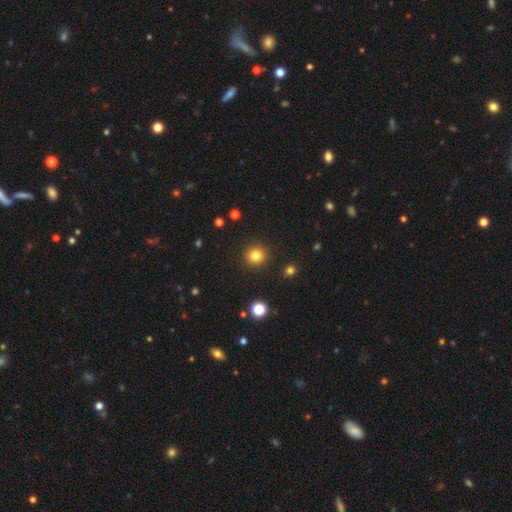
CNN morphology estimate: Smooth or featured?
  - smooth: 82% *
  - star or artifact: 12%
  - featured or disk: 6%
How rounded?
  - round: 93% *
  - in between: 6%
  - cigar-shaped: 1%
Merging?
  - none: 91% *
  - minor disturbance: 5%
  - major disturbance: 2%
  - merger: 1%